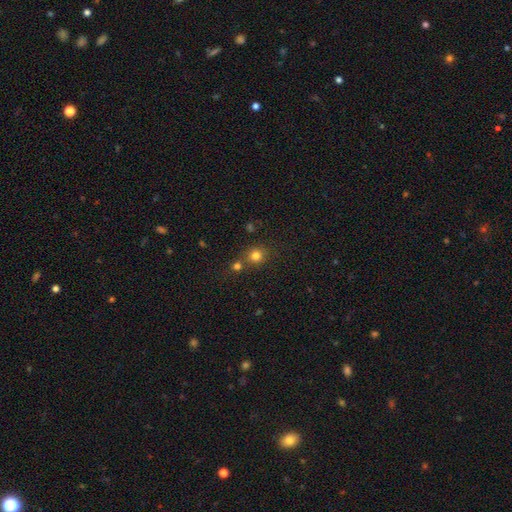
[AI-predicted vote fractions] Smooth or featured: smooth — 77% (star or artifact — 17%)
How rounded: round — 87% (in between — 12%)
Merging: none — 68% (merger — 21%)